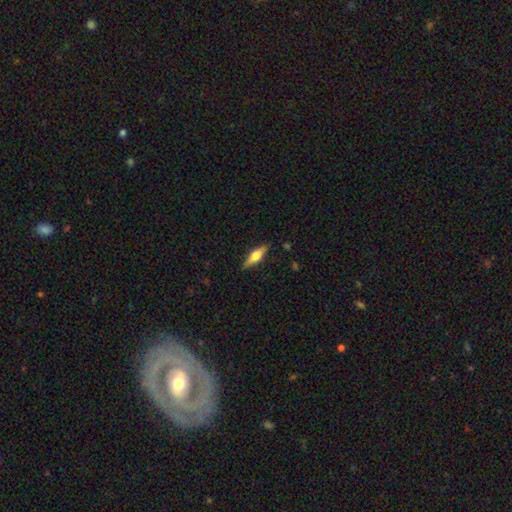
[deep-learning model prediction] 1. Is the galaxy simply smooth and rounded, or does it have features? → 49% smooth, 45% featured or disk, 6% star or artifact.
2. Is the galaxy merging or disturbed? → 86% none, 10% minor disturbance, 2% major disturbance, 1% merger.